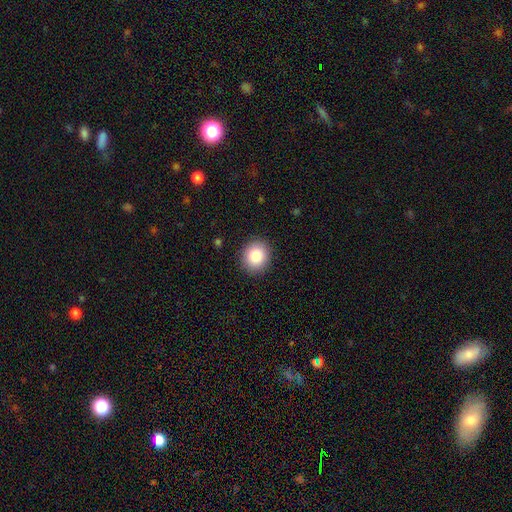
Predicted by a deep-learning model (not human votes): smooth_or_featured: smooth (p=0.85) [alt: star or artifact p=0.09]
how_rounded: round (p=0.82) [alt: in between p=0.17]
merging: none (p=0.90) [alt: minor disturbance p=0.07]